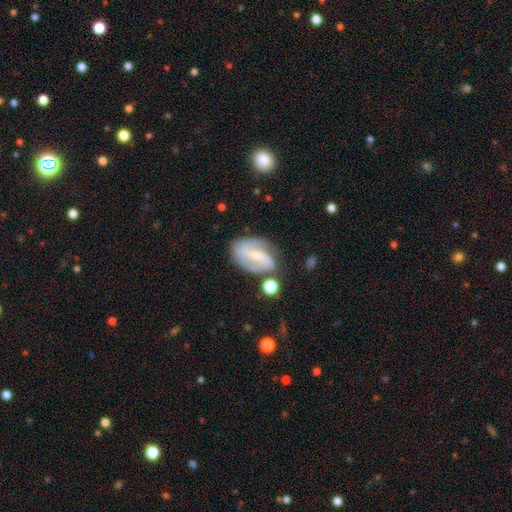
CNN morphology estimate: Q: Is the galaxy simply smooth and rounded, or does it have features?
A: featured or disk — 81%.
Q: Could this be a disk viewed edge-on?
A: no — 96%.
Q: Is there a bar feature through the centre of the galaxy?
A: weak — 44%.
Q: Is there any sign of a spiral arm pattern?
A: yes — 94%.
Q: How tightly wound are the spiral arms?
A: medium — 43%.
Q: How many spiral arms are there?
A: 2 — 84%.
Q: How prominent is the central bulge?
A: small — 59%.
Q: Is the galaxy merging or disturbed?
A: none — 69%.